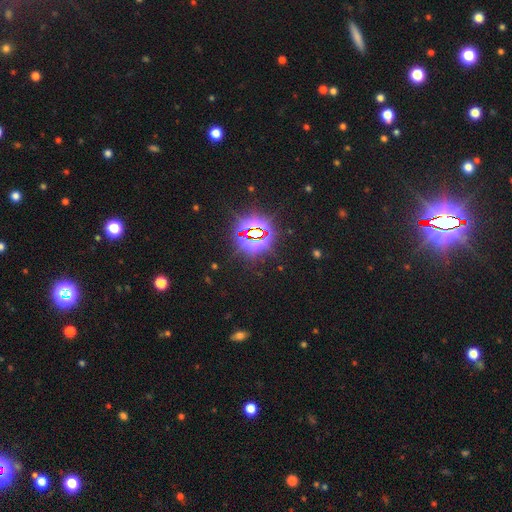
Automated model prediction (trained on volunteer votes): A star or artifact, not a galaxy (83%).

Vote fractions:
- Smooth or featured? star or artifact: 83% / smooth: 11% / featured or disk: 7%